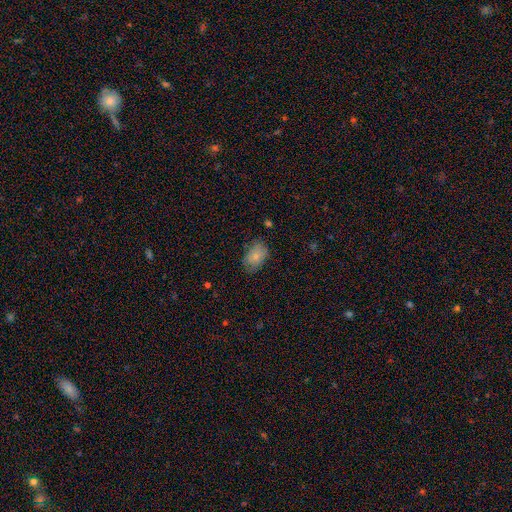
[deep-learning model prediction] Smooth or featured: smooth — 81% (featured or disk — 12%)
How rounded: in between — 87% (round — 12%)
Merging: none — 71% (minor disturbance — 22%)